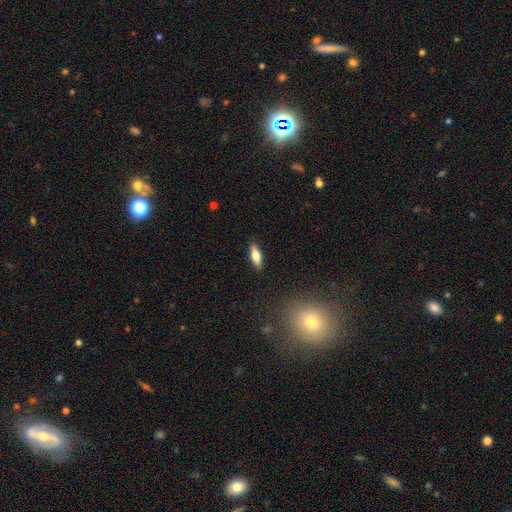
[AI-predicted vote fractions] smooth 68%, featured or disk 25%, star or artifact 7%. Down the decision tree: how rounded — in between (56%); merging — none (88%).